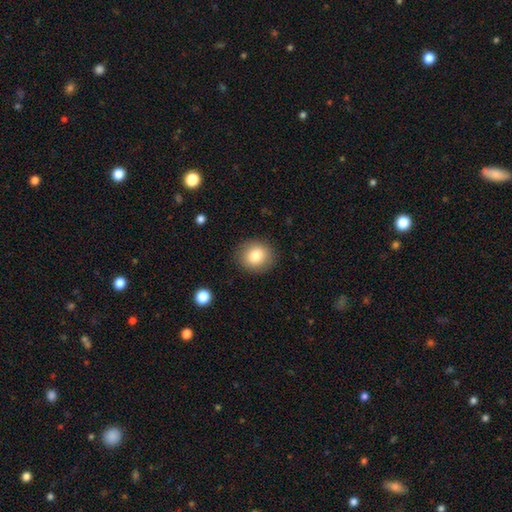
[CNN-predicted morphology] A smooth galaxy with no disk features (82%) that is round (77%).

Vote fractions:
- Smooth or featured? smooth: 82% / star or artifact: 9% / featured or disk: 9%
- How rounded? round: 77% / in between: 22% / cigar-shaped: 1%
- Merging? none: 88% / minor disturbance: 8% / major disturbance: 3% / merger: 1%